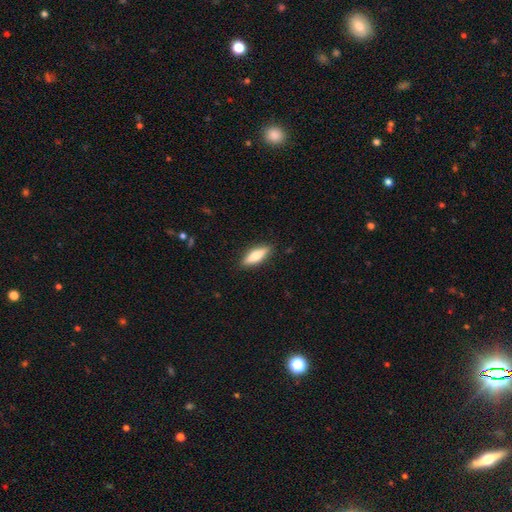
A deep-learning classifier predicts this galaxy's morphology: A smooth galaxy with no disk features (63%) that is cigar-shaped (52%).

Vote fractions:
- Smooth or featured? smooth: 63% / featured or disk: 31% / star or artifact: 6%
- How rounded? cigar-shaped: 52% / in between: 46% / round: 2%
- Merging? none: 88% / minor disturbance: 9% / major disturbance: 2% / merger: 1%